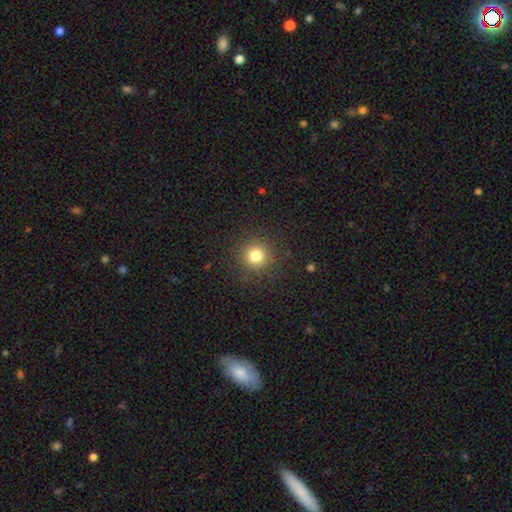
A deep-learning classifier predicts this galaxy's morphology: The model was most divided on "smooth or featured": smooth: 79%, star or artifact: 14%, featured or disk: 6%. More confident: how rounded — round (94%); merging — none (89%).